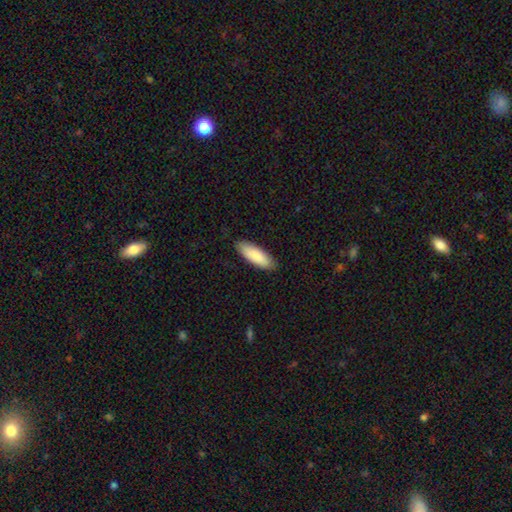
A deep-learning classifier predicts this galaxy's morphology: Smooth or featured? Predicted: smooth (p=0.85). How rounded? Predicted: in between (p=0.66). Merging? Predicted: none (p=0.85).